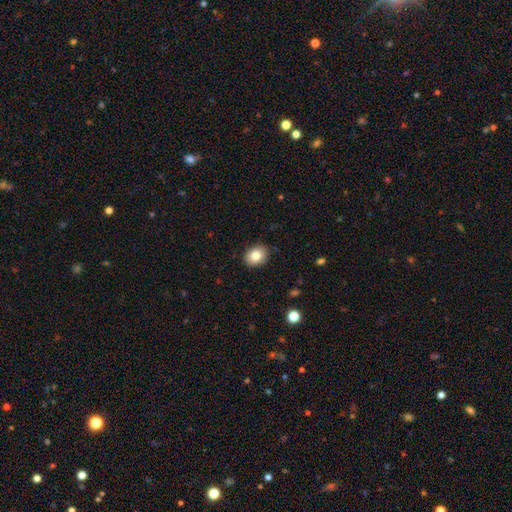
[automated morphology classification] Smooth or featured?
  - smooth: 83% *
  - star or artifact: 9%
  - featured or disk: 8%
How rounded?
  - in between: 53% *
  - round: 46%
  - cigar-shaped: 1%
Merging?
  - none: 88% *
  - minor disturbance: 9%
  - major disturbance: 2%
  - merger: 1%